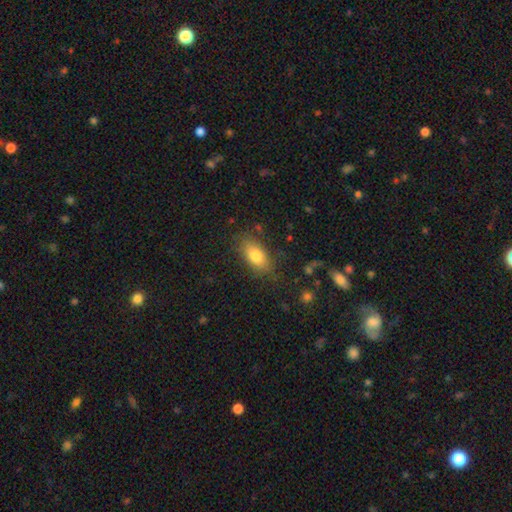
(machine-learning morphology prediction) type=smooth (80%); roundness=in between (87%); merging=none (79%).